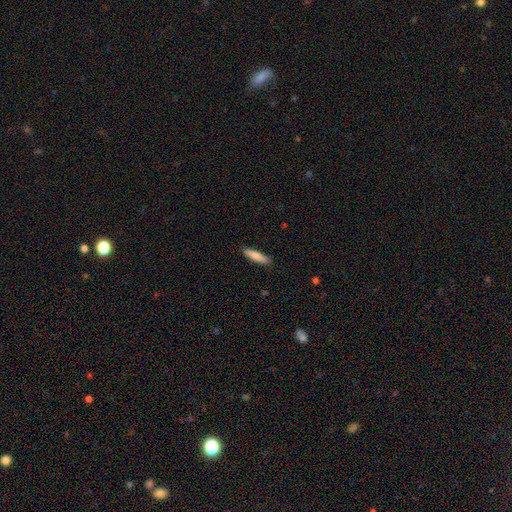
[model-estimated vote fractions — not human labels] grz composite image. It shows a smooth galaxy with no disk features (82%) that is cigar-shaped (80%). Merging: none (86%).